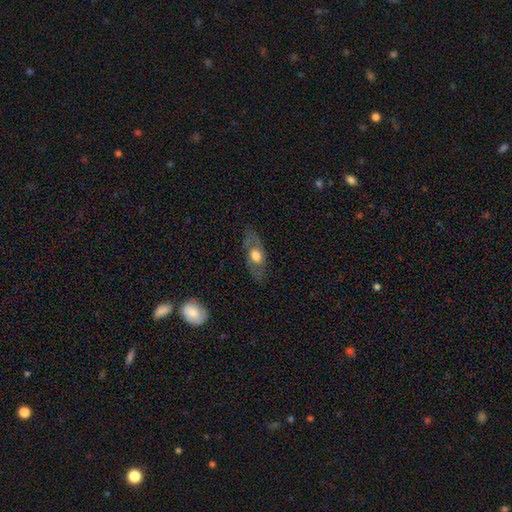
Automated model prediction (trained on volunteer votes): Smooth or featured: featured or disk — 52% (smooth — 41%)
Edge-on disk: no — 70% (yes — 30%)
Merging: none — 73% (minor disturbance — 17%)